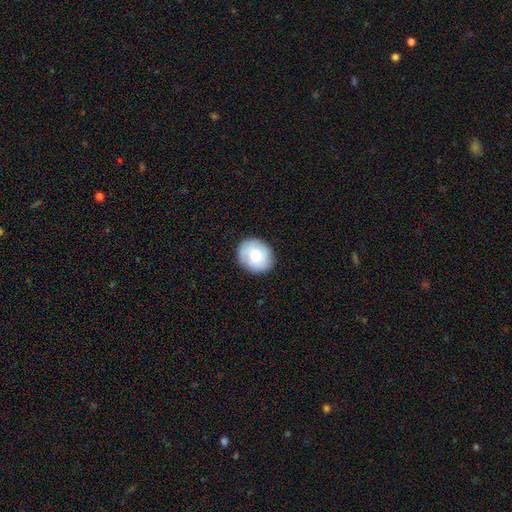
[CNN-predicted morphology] Smooth or featured? Predicted: smooth (p=0.65). How rounded? Predicted: round (p=0.69). Merging? Predicted: none (p=0.86).